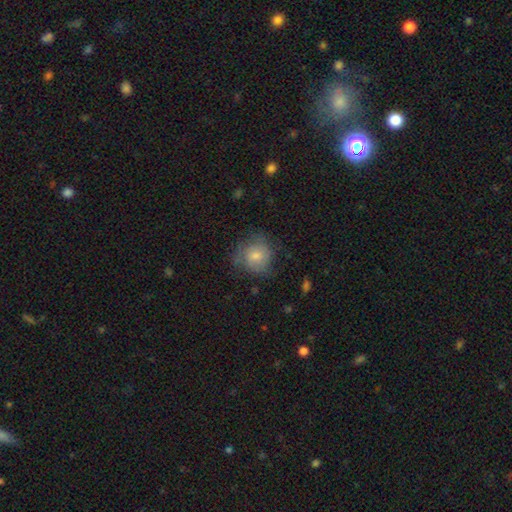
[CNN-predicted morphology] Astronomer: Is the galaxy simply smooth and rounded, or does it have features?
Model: smooth — 62%.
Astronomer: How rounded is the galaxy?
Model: round — 82%.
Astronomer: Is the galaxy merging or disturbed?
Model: none — 64%.